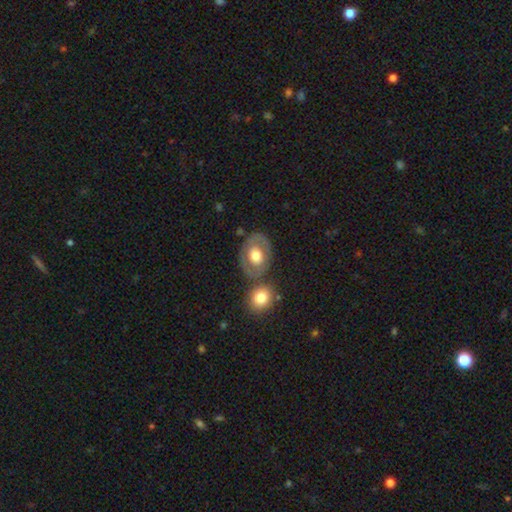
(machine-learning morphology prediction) smooth_or_featured: smooth (p=0.50) [alt: featured or disk p=0.44]
merging: none (p=0.65) [alt: merger p=0.16]